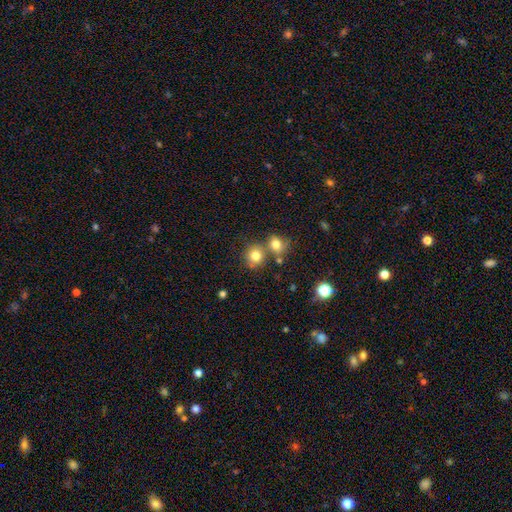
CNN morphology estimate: The model was most divided on "merging": none: 62%, merger: 27%, minor disturbance: 8%, major disturbance: 3%. More confident: how rounded — round (86%); smooth or featured — smooth (79%).